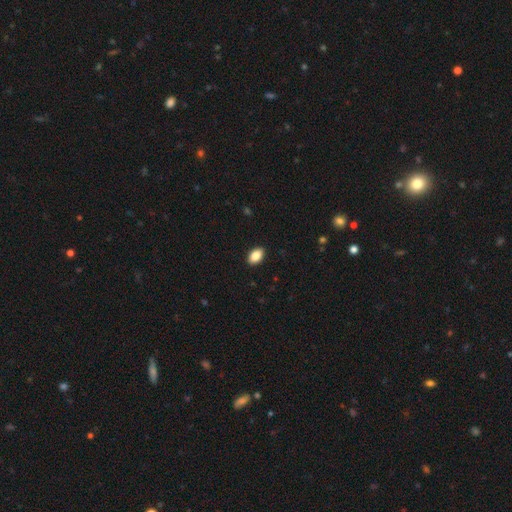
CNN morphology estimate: Overall: smooth (87%). How rounded: in between (90%). Merging: none (90%).